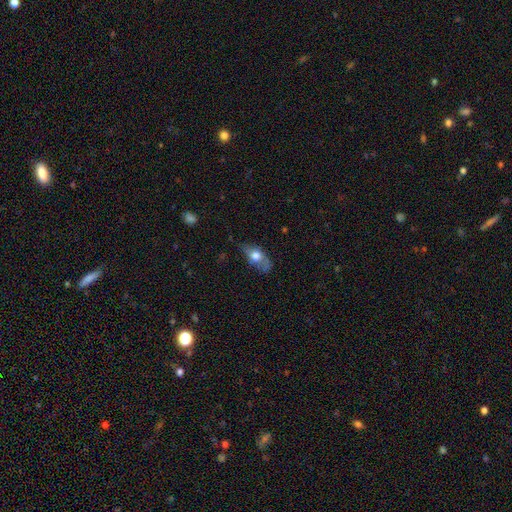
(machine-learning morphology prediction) Overall: smooth (62%; featured or disk 30%). How rounded: in between (77%). Merging: none (45%; minor disturbance 32%).